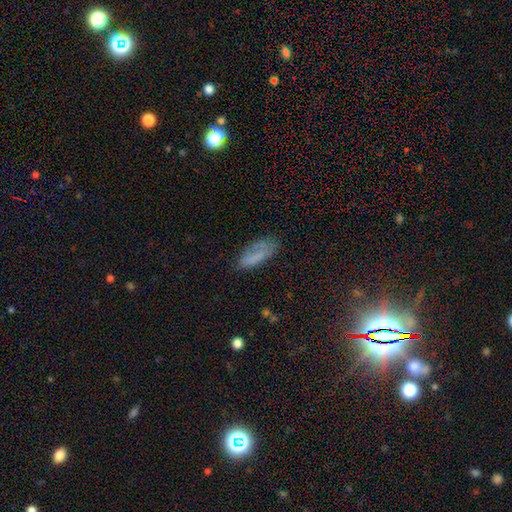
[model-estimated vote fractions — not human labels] Smooth or featured: smooth — 68% (featured or disk — 20%)
How rounded: in between — 70% (cigar-shaped — 27%)
Merging: none — 57% (minor disturbance — 27%)